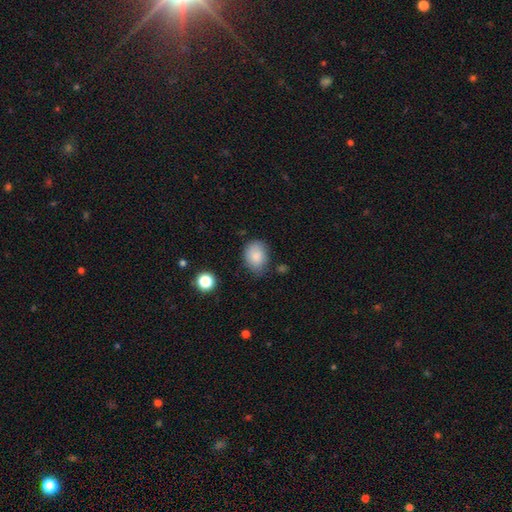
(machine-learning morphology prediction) Smooth or featured? Predicted: smooth (p=0.85). How rounded? Predicted: in between (p=0.66). Merging? Predicted: none (p=0.65).